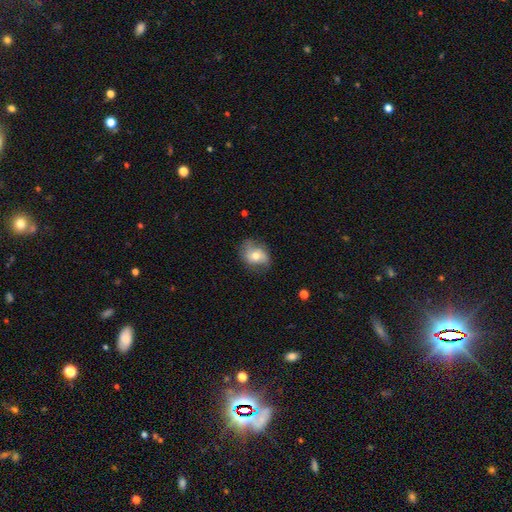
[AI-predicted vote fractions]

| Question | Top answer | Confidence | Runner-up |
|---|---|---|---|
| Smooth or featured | smooth | 48% | featured or disk (44%) |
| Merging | none | 64% | minor disturbance (26%) |